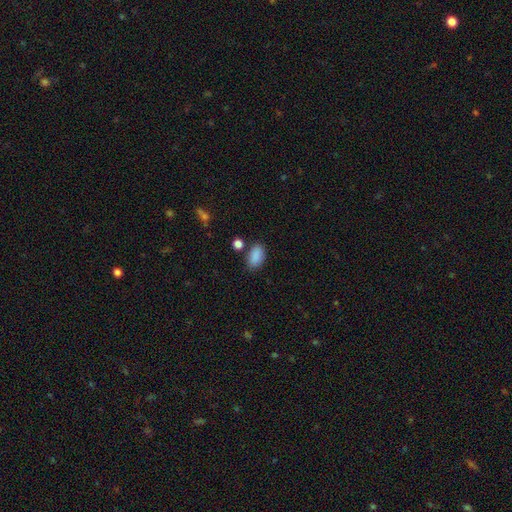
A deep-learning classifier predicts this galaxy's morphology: Smooth or featured: smooth — 88% (star or artifact — 8%)
How rounded: in between — 90% (round — 8%)
Merging: none — 77% (minor disturbance — 14%)